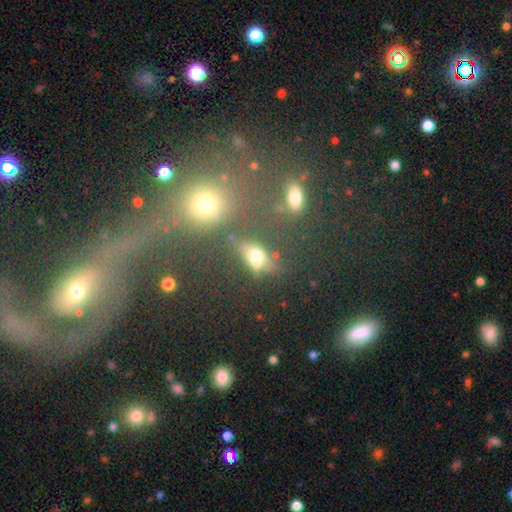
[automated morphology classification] This is possibly a smooth galaxy (52%). How rounded: likely in between (66%). Merging: marginally none (44%).